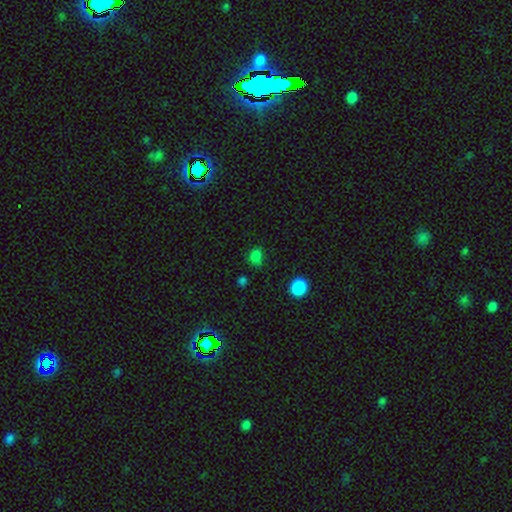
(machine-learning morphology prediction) Overall: smooth (78%). How rounded: round (52%; in between 46%). Merging: none (64%).